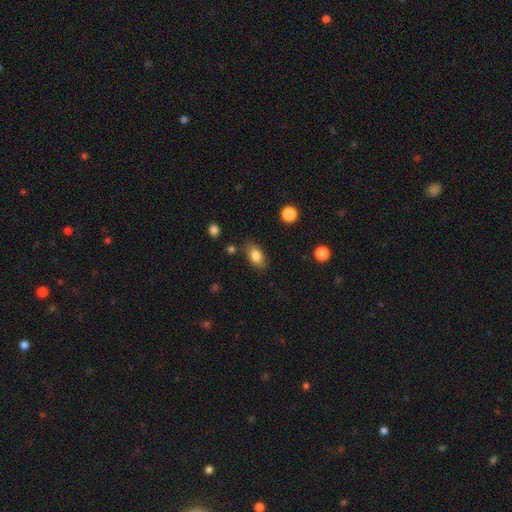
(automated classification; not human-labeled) Morphology: type=smooth (83%); roundness=in between (87%); merging=none (80%).